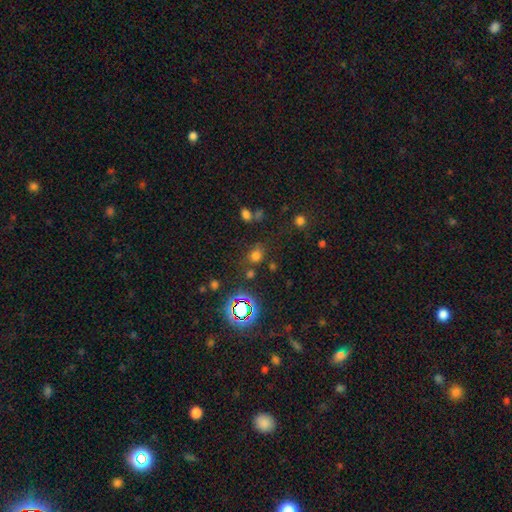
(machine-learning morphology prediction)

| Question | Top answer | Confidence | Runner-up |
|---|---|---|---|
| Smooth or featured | smooth | 64% | star or artifact (29%) |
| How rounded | round | 65% | in between (34%) |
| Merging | none | 69% | minor disturbance (15%) |